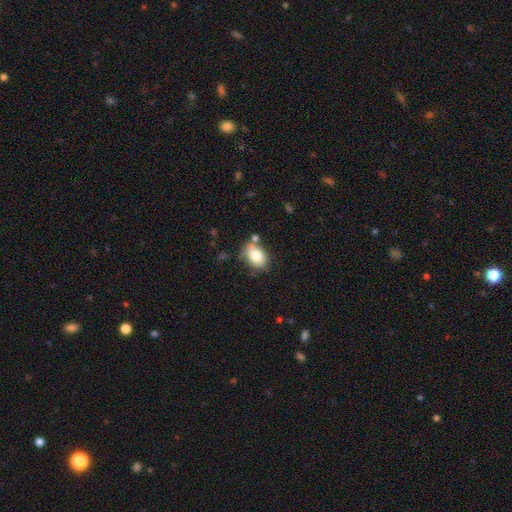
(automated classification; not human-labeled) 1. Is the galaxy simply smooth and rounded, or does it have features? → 77% smooth, 15% featured or disk, 8% star or artifact.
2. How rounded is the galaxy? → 82% in between, 17% round, 1% cigar-shaped.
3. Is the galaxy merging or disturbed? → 64% none, 19% minor disturbance, 11% merger, 5% major disturbance.